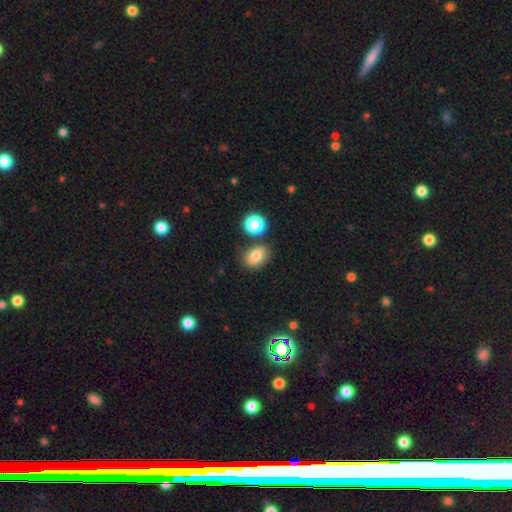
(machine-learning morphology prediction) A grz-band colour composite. It shows a smooth galaxy with no disk features (78%) that is in between round and cigar-shaped (76%). Merging: none (73%).